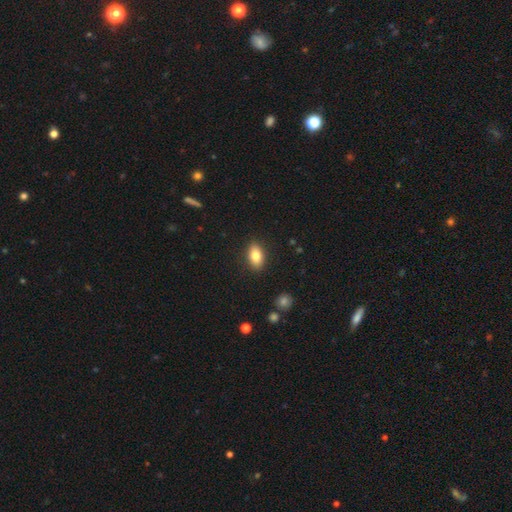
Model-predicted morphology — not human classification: The model was most divided on "smooth or featured": smooth: 81%, featured or disk: 11%, star or artifact: 8%. More confident: merging — none (89%); how rounded — in between (88%).